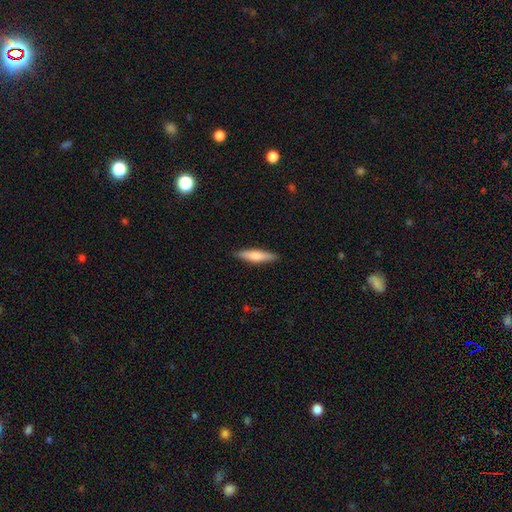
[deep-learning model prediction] The model was most divided on "smooth or featured": smooth: 65%, featured or disk: 29%, star or artifact: 6%. More confident: merging — none (89%); how rounded — cigar-shaped (79%).